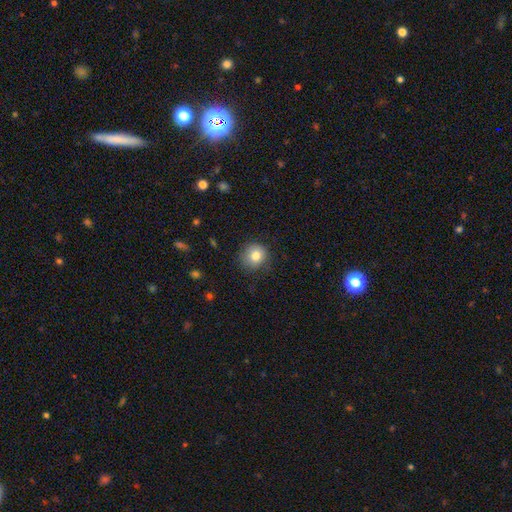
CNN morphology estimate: smooth 81%, star or artifact 11%, featured or disk 8%. Down the decision tree: how rounded — round (88%); merging — none (80%).